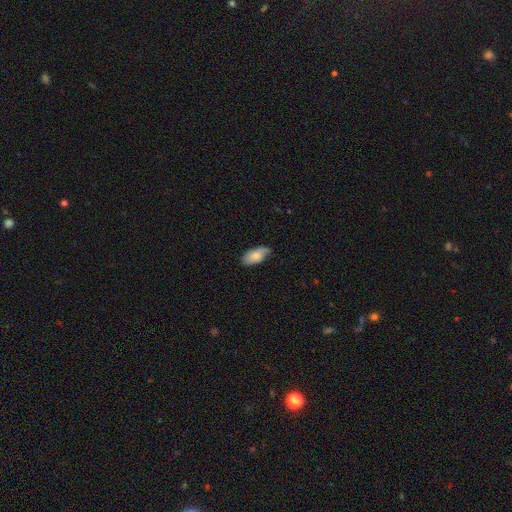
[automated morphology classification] This is likely a smooth galaxy (79%). How rounded: clearly in between (93%). Merging: likely none (76%).